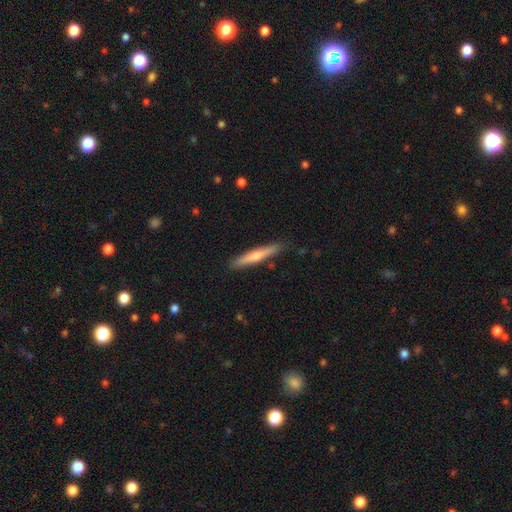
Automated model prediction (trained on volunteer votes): Smooth or featured? Predicted: featured or disk (p=0.48). Merging? Predicted: none (p=0.88).